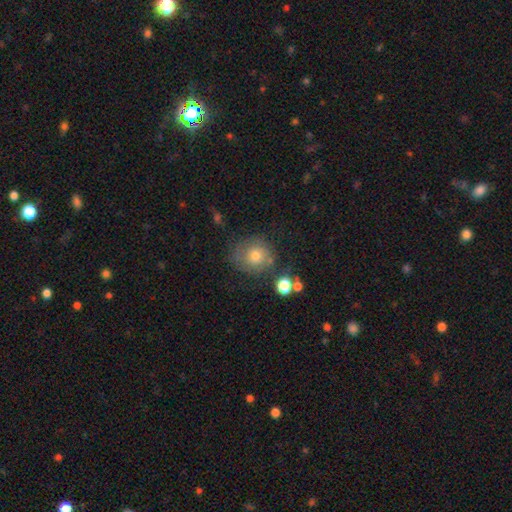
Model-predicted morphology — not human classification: A smooth galaxy with no disk features (64%) that is round (86%).

Vote fractions:
- Smooth or featured? smooth: 64% / featured or disk: 23% / star or artifact: 13%
- How rounded? round: 86% / in between: 13% / cigar-shaped: 1%
- Merging? none: 64% / minor disturbance: 20% / major disturbance: 9% / merger: 7%